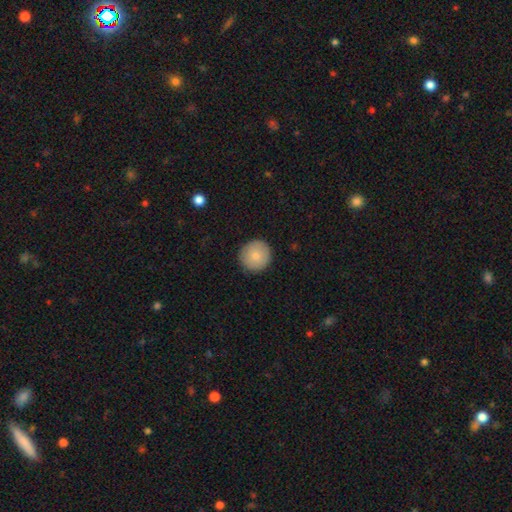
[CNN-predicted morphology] type=smooth (82%); roundness=round (95%); merging=none (91%).